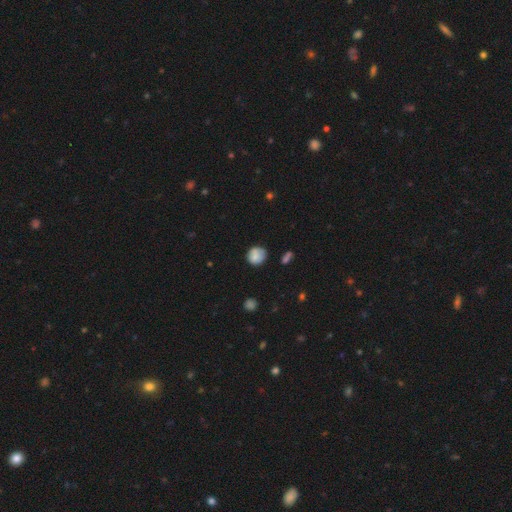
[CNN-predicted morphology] Smooth or featured: smooth — 77% (featured or disk — 14%)
How rounded: round — 84% (in between — 15%)
Merging: none — 67% (minor disturbance — 25%)